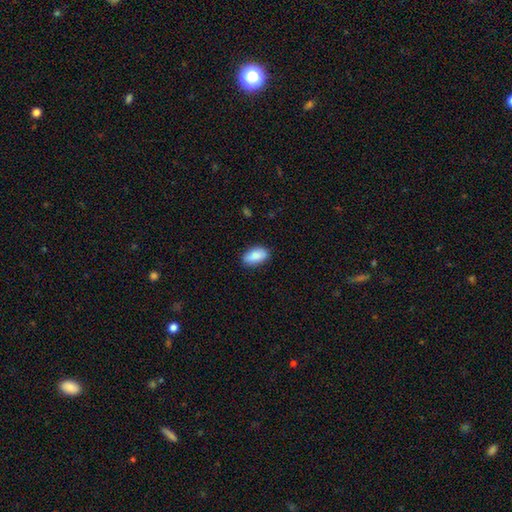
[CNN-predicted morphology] Overall: smooth (88%). How rounded: in between (92%). Merging: none (85%).